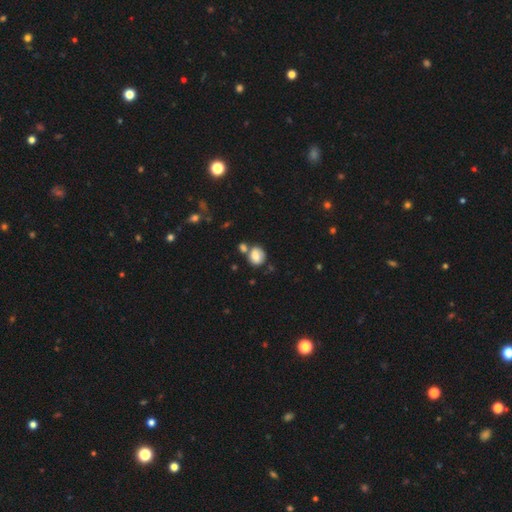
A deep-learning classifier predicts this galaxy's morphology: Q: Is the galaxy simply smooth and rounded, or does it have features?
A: smooth — 73%.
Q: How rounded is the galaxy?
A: round — 62%.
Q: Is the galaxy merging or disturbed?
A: none — 49%.